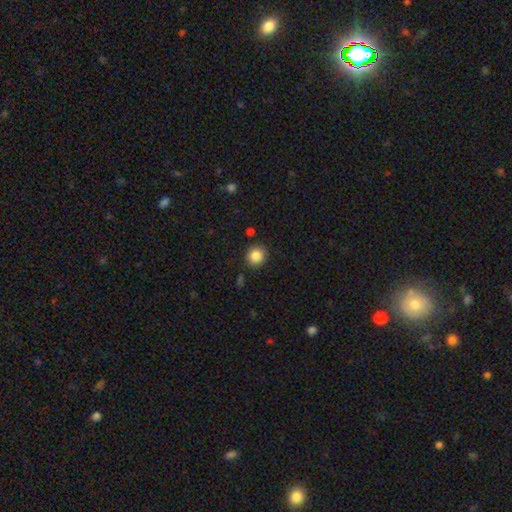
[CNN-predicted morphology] smooth_or_featured: smooth (p=0.86) [alt: star or artifact p=0.10]
how_rounded: round (p=0.91) [alt: in between p=0.08]
merging: none (p=0.89) [alt: minor disturbance p=0.07]